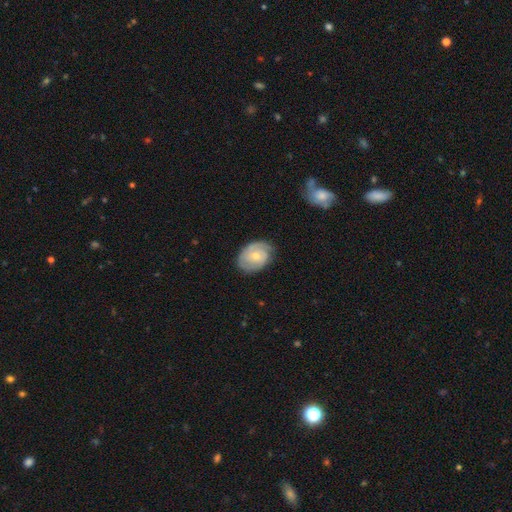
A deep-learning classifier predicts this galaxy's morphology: Smooth or featured? Predicted: featured or disk (p=0.64). Edge-on disk? Predicted: no (p=0.97). Bar? Predicted: no (p=0.69). Spiral arms? Predicted: yes (p=0.87). Spiral winding? Predicted: tight (p=0.61). Spiral arm count? Predicted: 2 (p=0.46). Bulge size? Predicted: small (p=0.54). Merging? Predicted: none (p=0.73).